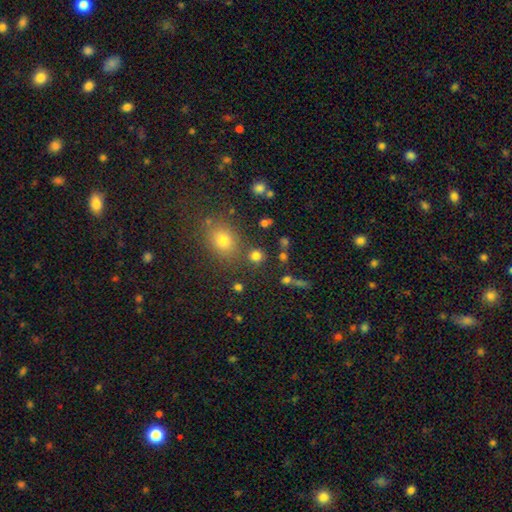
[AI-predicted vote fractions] This is likely a smooth galaxy (76%). How rounded: clearly round (85%). Merging: likely none (76%).